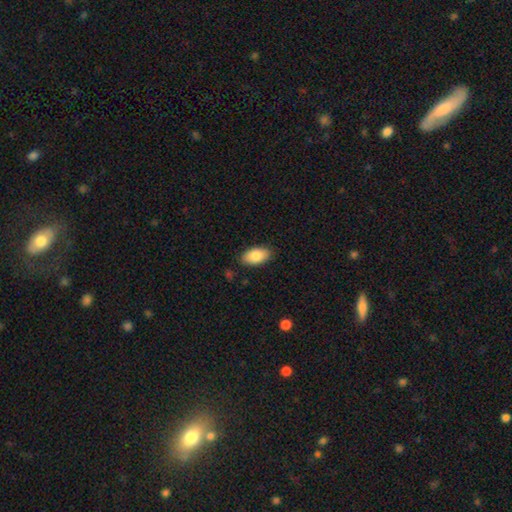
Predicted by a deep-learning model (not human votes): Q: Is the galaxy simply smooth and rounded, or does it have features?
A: smooth — 85%.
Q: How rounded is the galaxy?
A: in between — 94%.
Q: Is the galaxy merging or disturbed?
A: none — 86%.